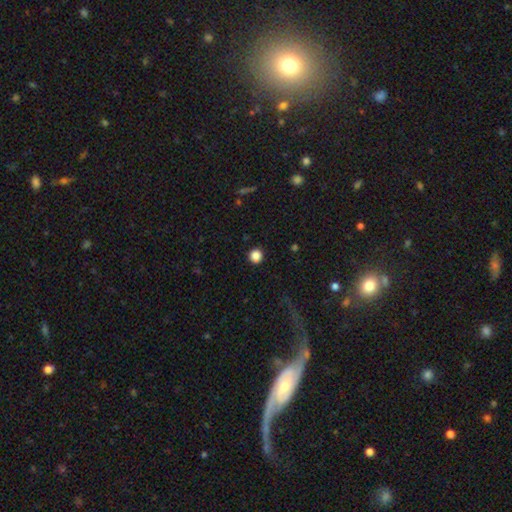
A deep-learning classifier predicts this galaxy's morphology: Smooth or featured? Predicted: smooth (p=0.85). How rounded? Predicted: round (p=0.93). Merging? Predicted: none (p=0.91).